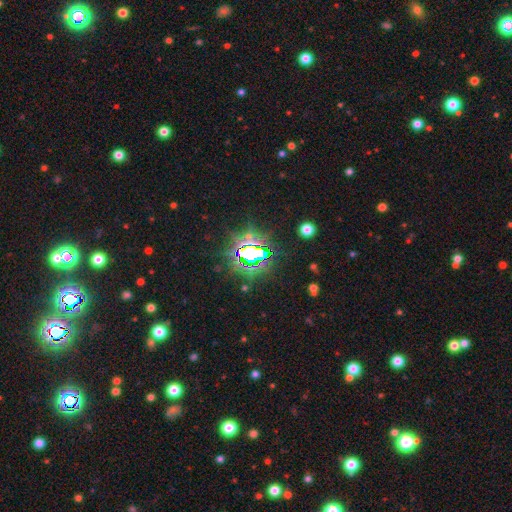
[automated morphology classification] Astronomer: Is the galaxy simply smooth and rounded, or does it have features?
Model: star or artifact — 77%.